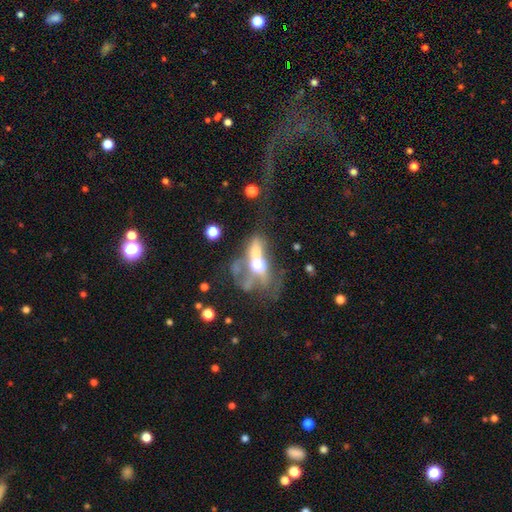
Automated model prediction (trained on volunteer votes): The model was most divided on "smooth or featured": featured or disk: 52%, smooth: 32%, star or artifact: 16%. Remaining: edge-on disk — no (84%); merging — merger (48%).